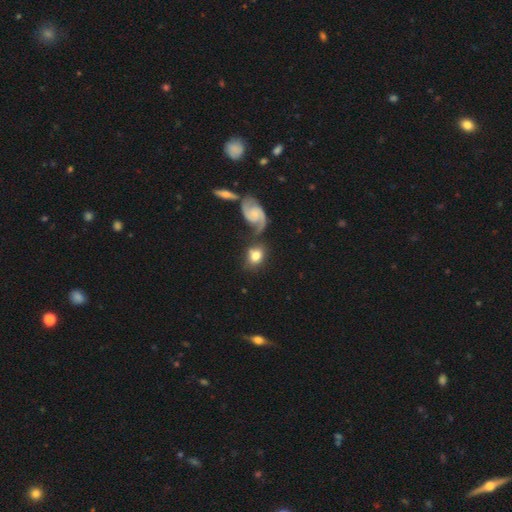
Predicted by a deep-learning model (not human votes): A smooth galaxy with no disk features (61%) that is in between round and cigar-shaped (59%). Merging: none (53%).